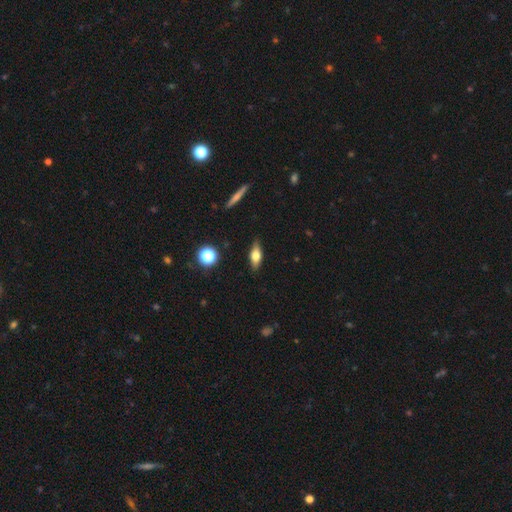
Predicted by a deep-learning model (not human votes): Smooth or featured: smooth — 51% (featured or disk — 41%)
How rounded: in between — 60% (cigar-shaped — 33%)
Merging: none — 86% (minor disturbance — 11%)